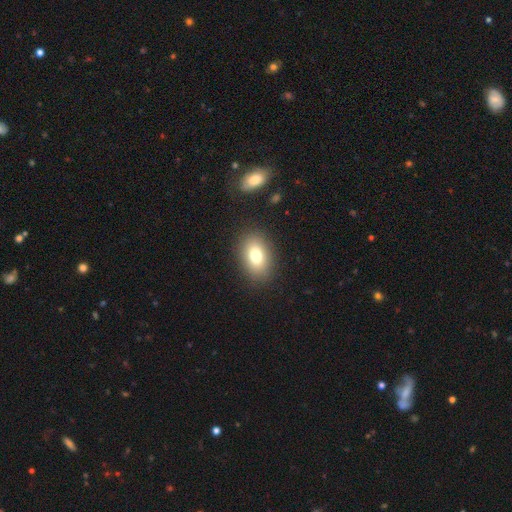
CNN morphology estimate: Smooth or featured? smooth (78%)
How rounded? in between (82%)
Merging? none (87%)